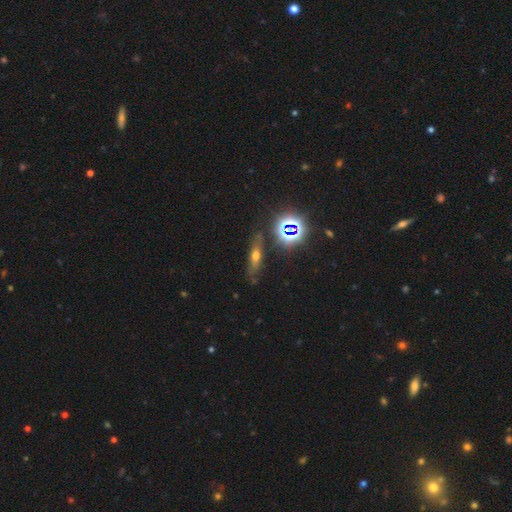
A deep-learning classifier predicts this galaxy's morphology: Q: Smooth or featured?
A: smooth (42%); runner-up: featured or disk (30%)
Q: Merging?
A: none (76%); runner-up: minor disturbance (15%)